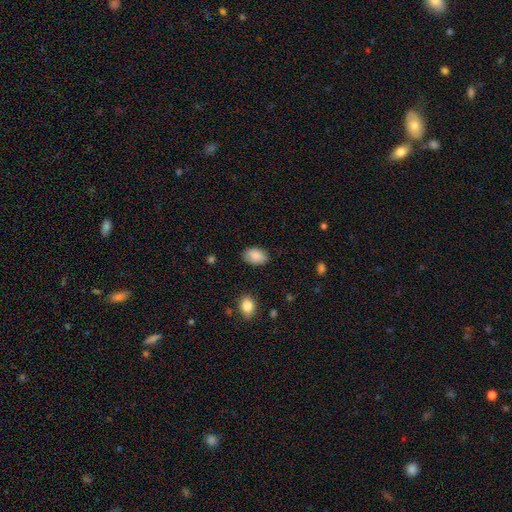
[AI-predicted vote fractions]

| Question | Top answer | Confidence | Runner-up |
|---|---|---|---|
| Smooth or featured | smooth | 88% | star or artifact (7%) |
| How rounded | in between | 89% | round (10%) |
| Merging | none | 84% | minor disturbance (12%) |